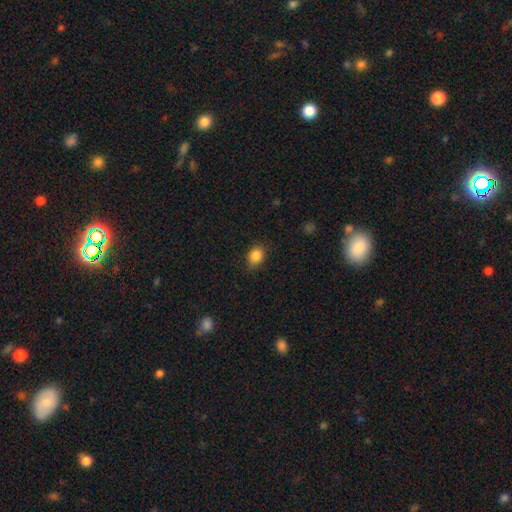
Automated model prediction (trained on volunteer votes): smooth_or_featured: smooth (p=0.86) [alt: star or artifact p=0.09]
how_rounded: in between (p=0.58) [alt: round p=0.41]
merging: none (p=0.83) [alt: minor disturbance p=0.13]